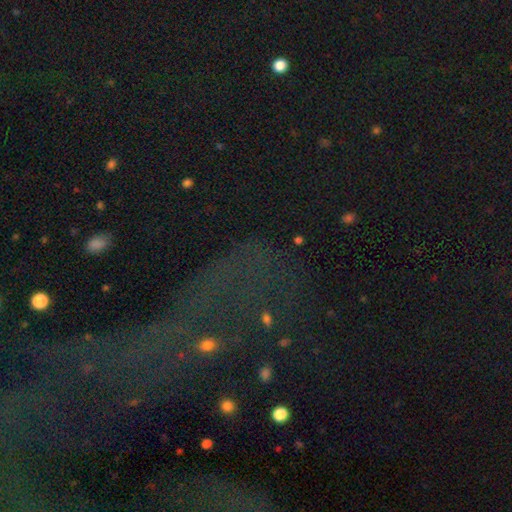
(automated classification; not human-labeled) Smooth or featured: star or artifact — 63% (smooth — 19%)